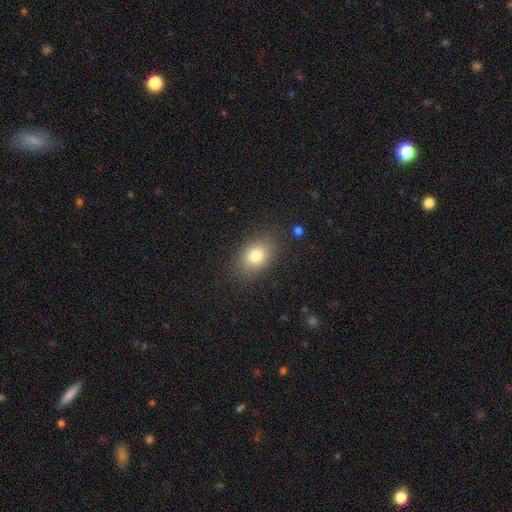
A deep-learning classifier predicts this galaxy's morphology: Smooth or featured? Predicted: smooth (p=0.78). How rounded? Predicted: in between (p=0.73). Merging? Predicted: none (p=0.83).